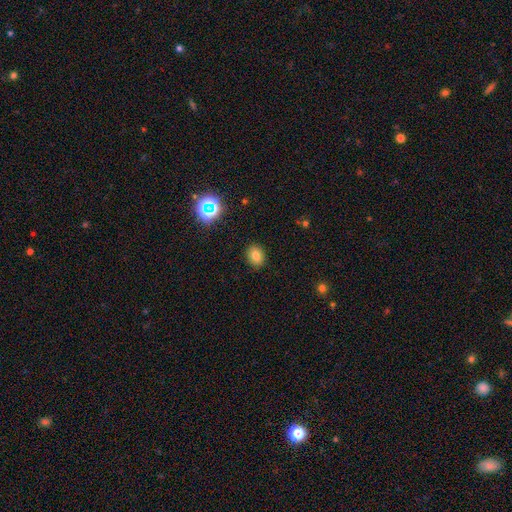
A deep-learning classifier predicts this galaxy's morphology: Q: Smooth or featured?
A: smooth (77%); runner-up: star or artifact (15%)
Q: How rounded?
A: in between (59%); runner-up: round (40%)
Q: Merging?
A: none (89%); runner-up: minor disturbance (8%)